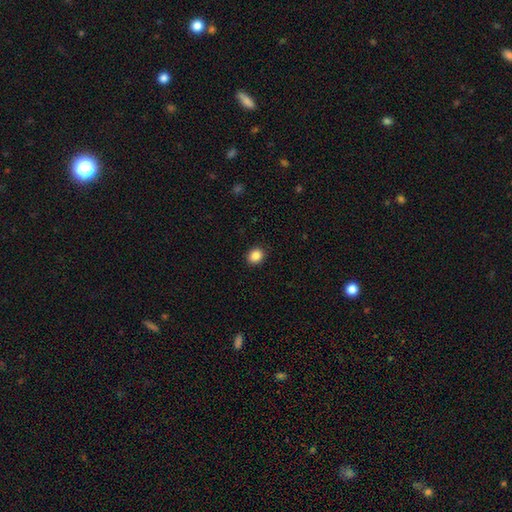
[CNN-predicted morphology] type=smooth (87%); roundness=round (64%); merging=none (91%).